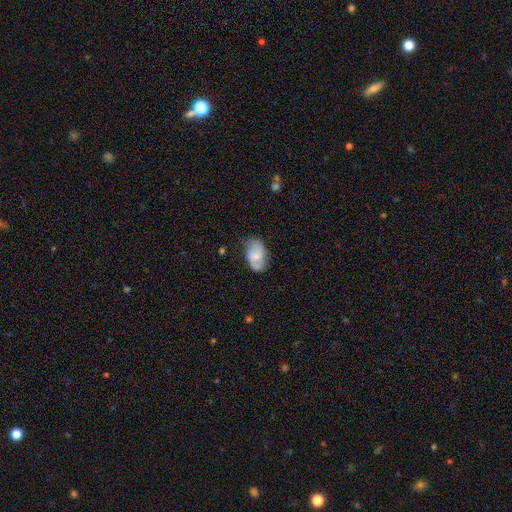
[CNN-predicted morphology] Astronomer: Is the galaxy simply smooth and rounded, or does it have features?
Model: featured or disk — 50% (runner-up: smooth, 43%).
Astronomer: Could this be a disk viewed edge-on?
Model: no — 96%.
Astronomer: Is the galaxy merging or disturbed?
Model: none — 67%.